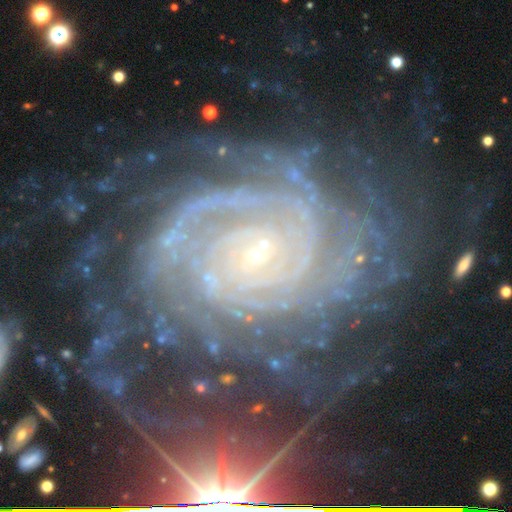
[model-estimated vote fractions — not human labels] The model was most divided on "spiral arm count": 2: 21%, can't tell: 20%, more than 4: 17%, 4: 16%, 3: 16%, 1: 10%. More confident: spiral arms — yes (98%); edge-on disk — no (98%); smooth or featured — featured or disk (89%); bulge size — small (84%); spiral winding — tight (79%); bar — no (65%); merging — none (62%).